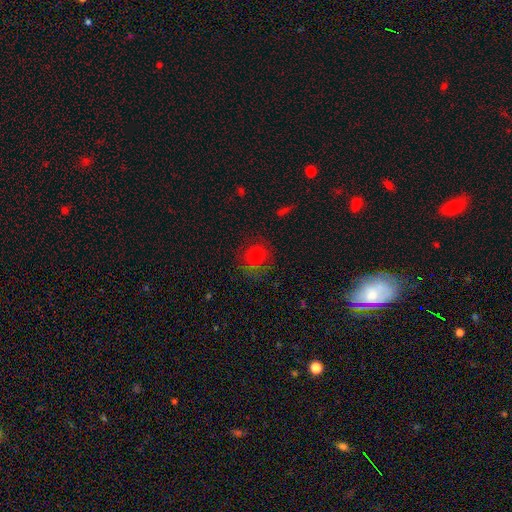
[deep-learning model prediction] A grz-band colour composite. It shows a smooth galaxy with no disk features (67%) that is round (86%). Merging: none (74%).